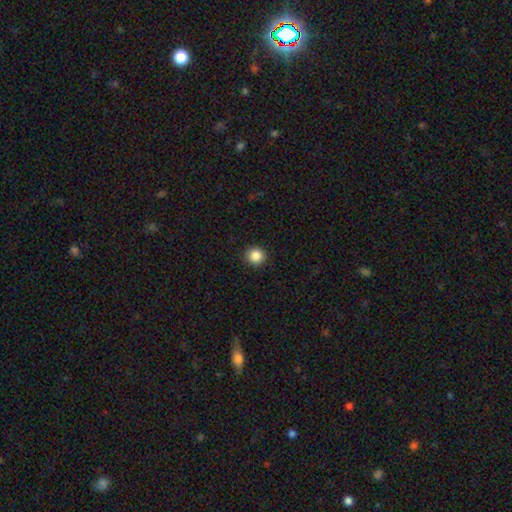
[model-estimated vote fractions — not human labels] A smooth galaxy with no disk features (86%) that is round (94%). Merging: none (92%).